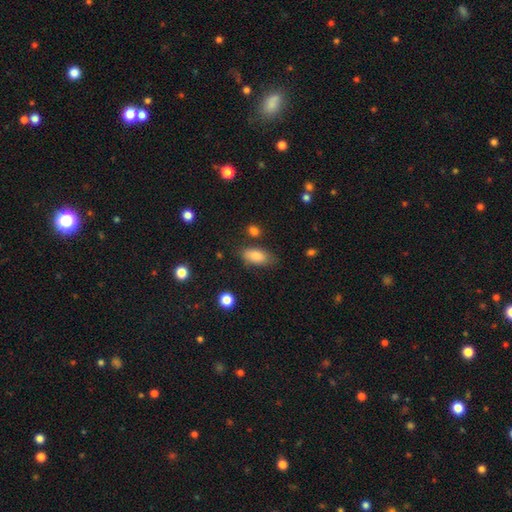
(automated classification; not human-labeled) A smooth galaxy with no disk features (82%) that is in between round and cigar-shaped (87%).

Vote fractions:
- Smooth or featured? smooth: 82% / featured or disk: 10% / star or artifact: 8%
- How rounded? in between: 87% / cigar-shaped: 9% / round: 4%
- Merging? none: 77% / minor disturbance: 16% / major disturbance: 4% / merger: 4%